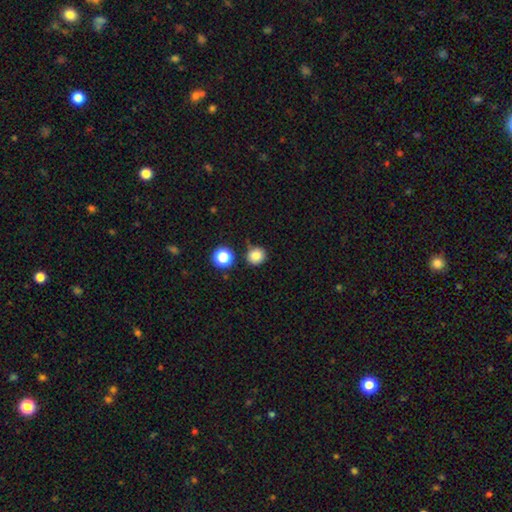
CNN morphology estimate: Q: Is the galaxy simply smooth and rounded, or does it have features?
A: smooth — 83%.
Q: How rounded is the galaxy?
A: round — 89%.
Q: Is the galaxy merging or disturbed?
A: none — 81%.